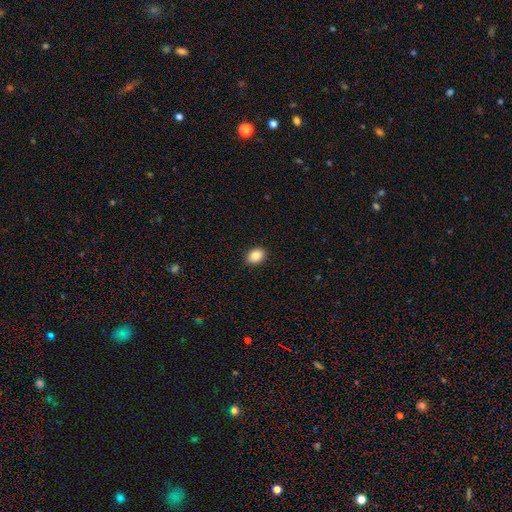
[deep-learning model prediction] A smooth galaxy with no disk features (85%) that is in between round and cigar-shaped (60%). Merging: none (91%).